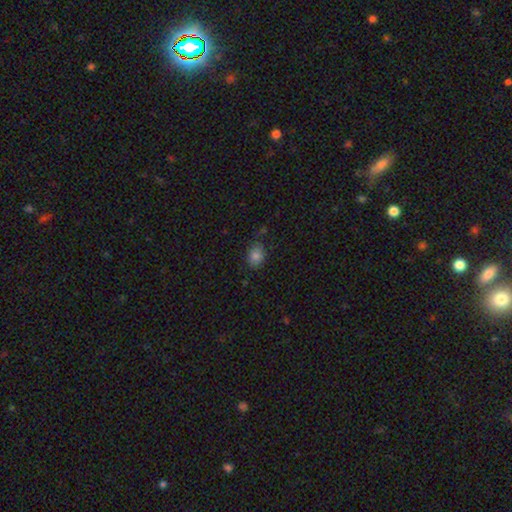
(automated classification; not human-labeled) Smooth or featured?
  - smooth: 83% *
  - star or artifact: 11%
  - featured or disk: 6%
How rounded?
  - in between: 64% *
  - round: 35%
  - cigar-shaped: 1%
Merging?
  - none: 73% *
  - minor disturbance: 20%
  - major disturbance: 4%
  - merger: 3%